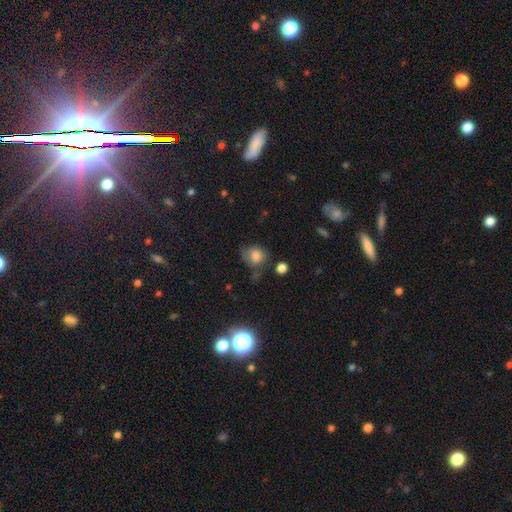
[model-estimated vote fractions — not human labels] Smooth or featured?
  - smooth: 71% *
  - featured or disk: 16%
  - star or artifact: 12%
How rounded?
  - round: 62% *
  - in between: 37%
  - cigar-shaped: 1%
Merging?
  - none: 41% *
  - minor disturbance: 30%
  - major disturbance: 22%
  - merger: 7%